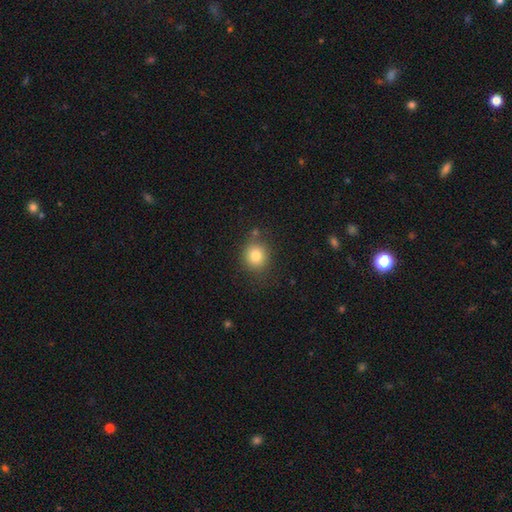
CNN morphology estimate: smooth 81%, star or artifact 11%, featured or disk 8%. Down the decision tree: how rounded — round (82%); merging — none (79%).